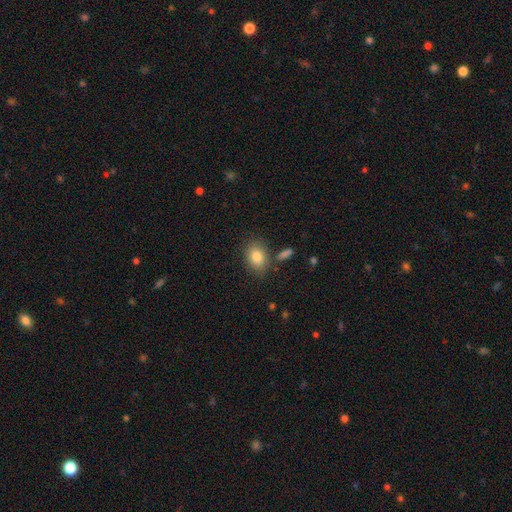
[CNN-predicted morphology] Smooth or featured? Predicted: smooth (p=0.83). How rounded? Predicted: in between (p=0.70). Merging? Predicted: none (p=0.79).